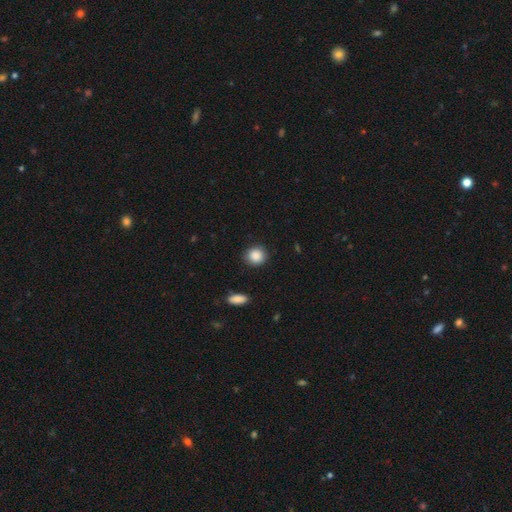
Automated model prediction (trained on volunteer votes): A smooth galaxy with no disk features (88%) that is round (85%).

Vote fractions:
- Smooth or featured? smooth: 88% / star or artifact: 8% / featured or disk: 3%
- How rounded? round: 85% / in between: 14% / cigar-shaped: 1%
- Merging? none: 87% / minor disturbance: 9% / major disturbance: 2% / merger: 1%